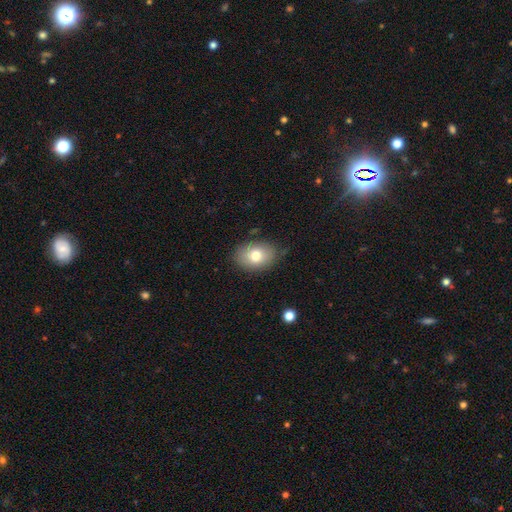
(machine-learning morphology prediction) Smooth or featured: smooth — 78% (featured or disk — 13%)
How rounded: in between — 77% (round — 22%)
Merging: none — 80% (minor disturbance — 16%)